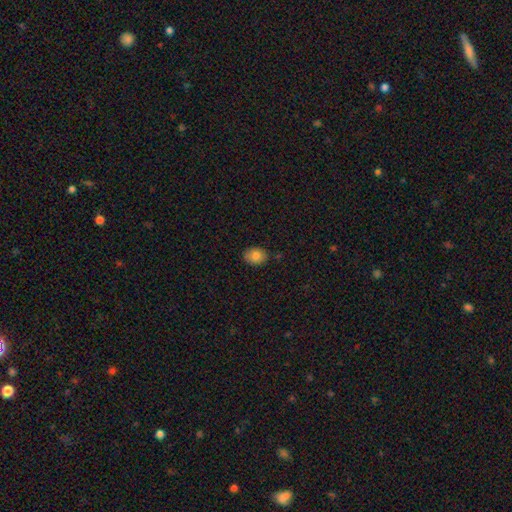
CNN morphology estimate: Smooth or featured?
  - smooth: 82% *
  - star or artifact: 9%
  - featured or disk: 9%
How rounded?
  - in between: 64% *
  - round: 35%
  - cigar-shaped: 1%
Merging?
  - none: 82% *
  - minor disturbance: 13%
  - major disturbance: 2%
  - merger: 2%